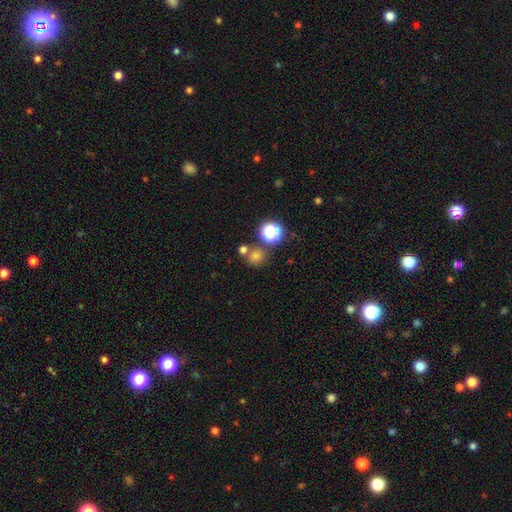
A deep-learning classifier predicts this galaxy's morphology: Q: Smooth or featured?
A: smooth (61%); runner-up: star or artifact (31%)
Q: How rounded?
A: round (85%); runner-up: in between (14%)
Q: Merging?
A: none (67%); runner-up: merger (20%)